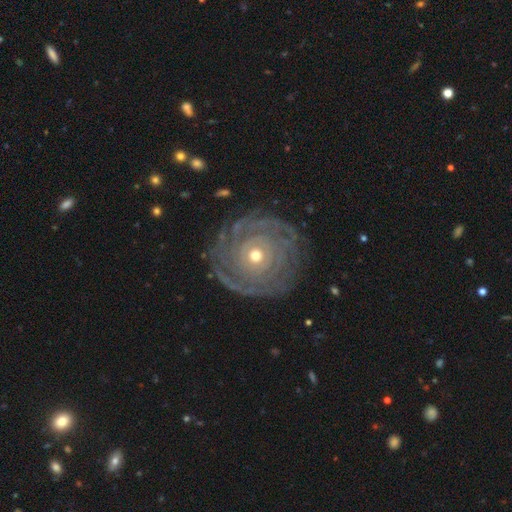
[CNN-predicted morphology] A featured or disk galaxy (86%) with no bar (84%), tight (86%) spiral arms (93%) and a moderate central bulge (51%).

Vote fractions:
- Smooth or featured? featured or disk: 86% / smooth: 8% / star or artifact: 6%
- Edge-on disk? no: 97% / yes: 3%
- Bar? no: 84% / weak: 12% / strong: 5%
- Spiral arms? yes: 93% / no: 7%
- Spiral winding? tight: 86% / medium: 11% / loose: 3%
- Spiral arm count? can't tell: 35% / 3: 15% / more than 4: 15% / 4: 15% / 2: 12% / 1: 7%
- Bulge size? moderate: 51% / small: 45% / large: 2% / dominant: 1% / none: 1%
- Merging? none: 81% / minor disturbance: 13% / major disturbance: 5% / merger: 1%